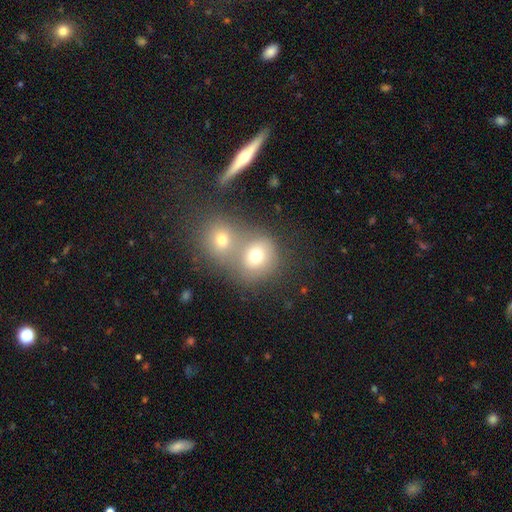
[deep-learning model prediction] The model was most divided on "merging": merger: 52%, none: 36%, minor disturbance: 8%, major disturbance: 4%. More confident: how rounded — round (79%); smooth or featured — smooth (72%).